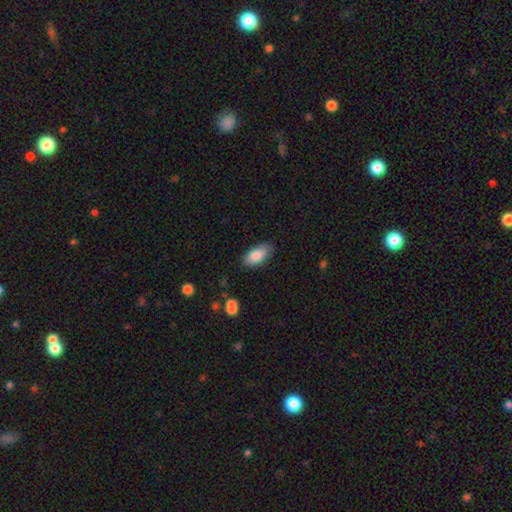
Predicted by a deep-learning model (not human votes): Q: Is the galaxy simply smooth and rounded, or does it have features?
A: smooth — 85%.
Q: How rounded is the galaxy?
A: in between — 92%.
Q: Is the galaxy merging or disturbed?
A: none — 81%.